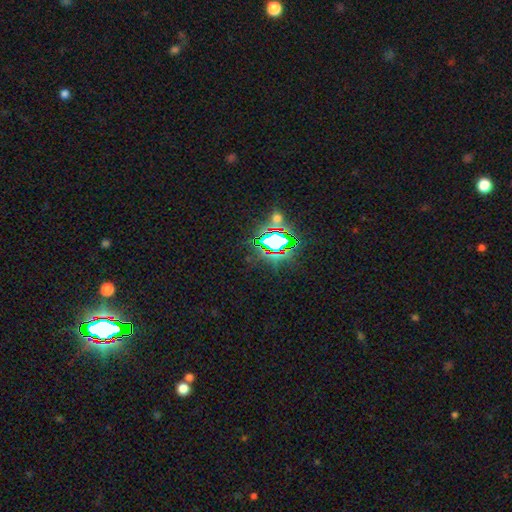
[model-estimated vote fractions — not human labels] A star or artifact, not a galaxy (83%).